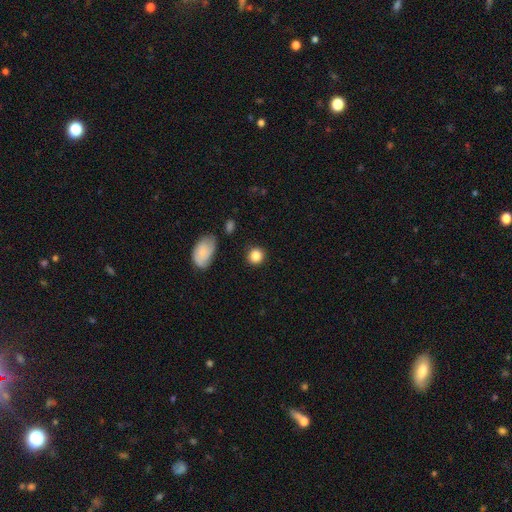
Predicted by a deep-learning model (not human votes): smooth_or_featured: smooth (p=0.85) [alt: star or artifact p=0.09]
how_rounded: round (p=0.86) [alt: in between p=0.13]
merging: none (p=0.85) [alt: minor disturbance p=0.10]